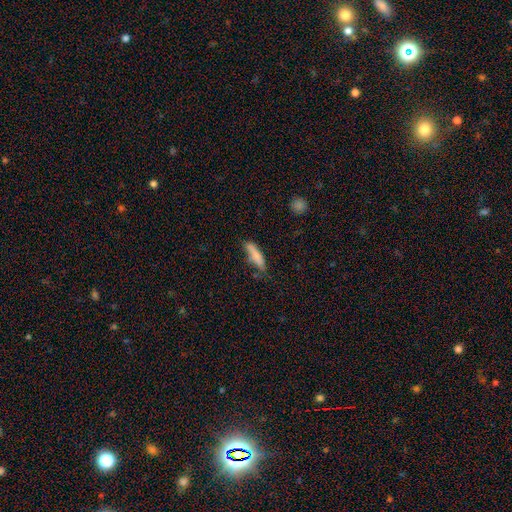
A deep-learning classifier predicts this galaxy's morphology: Q: Smooth or featured?
A: smooth (79%); runner-up: featured or disk (14%)
Q: How rounded?
A: cigar-shaped (71%); runner-up: in between (27%)
Q: Merging?
A: none (58%); runner-up: minor disturbance (29%)